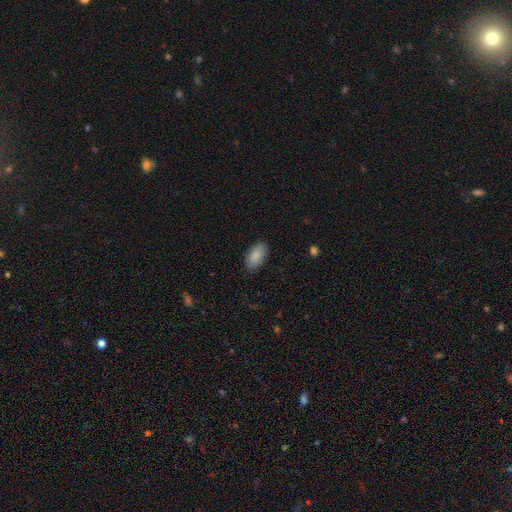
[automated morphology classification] Smooth or featured?
  - smooth: 88% *
  - star or artifact: 6%
  - featured or disk: 5%
How rounded?
  - in between: 93% *
  - cigar-shaped: 4%
  - round: 3%
Merging?
  - none: 87% *
  - minor disturbance: 10%
  - major disturbance: 2%
  - merger: 1%